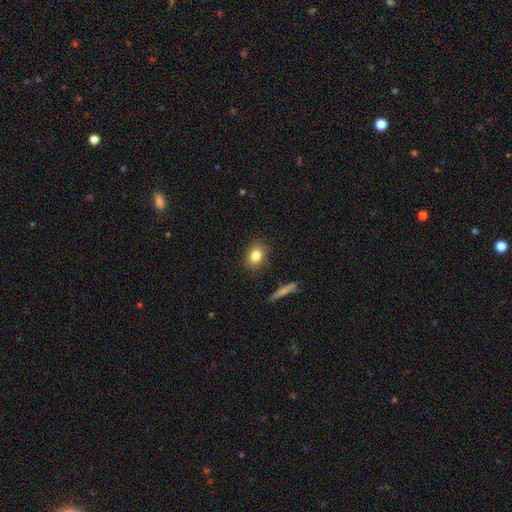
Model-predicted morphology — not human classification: Q: Smooth or featured?
A: smooth (81%); runner-up: star or artifact (10%)
Q: How rounded?
A: in between (54%); runner-up: round (44%)
Q: Merging?
A: none (87%); runner-up: minor disturbance (9%)